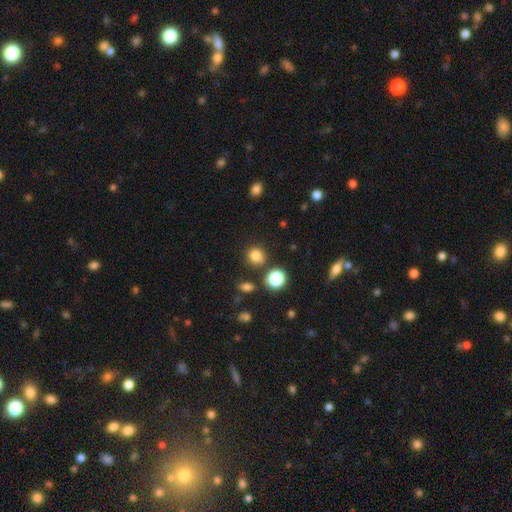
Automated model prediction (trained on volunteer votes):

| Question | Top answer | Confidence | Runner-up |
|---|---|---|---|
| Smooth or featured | smooth | 79% | star or artifact (15%) |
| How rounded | round | 87% | in between (12%) |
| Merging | none | 80% | minor disturbance (10%) |